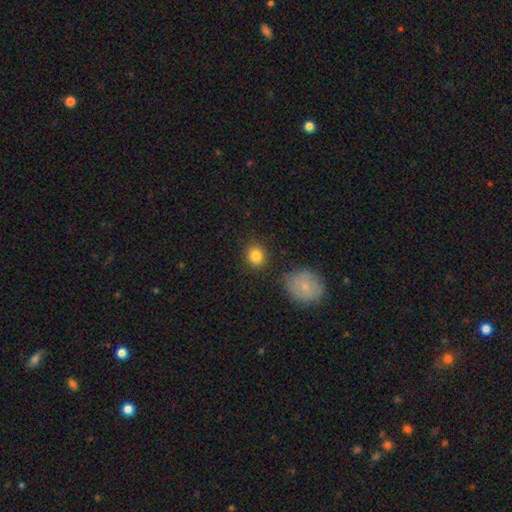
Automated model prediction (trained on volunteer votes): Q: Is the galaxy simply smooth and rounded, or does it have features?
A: smooth — 85%.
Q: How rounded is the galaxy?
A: round — 84%.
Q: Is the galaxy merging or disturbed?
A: none — 84%.